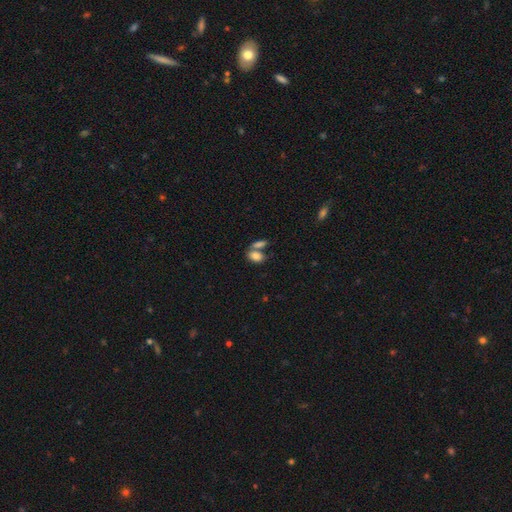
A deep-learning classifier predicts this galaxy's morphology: Smooth or featured: smooth — 82% (featured or disk — 9%)
How rounded: in between — 88% (round — 9%)
Merging: merger — 48% (none — 37%)